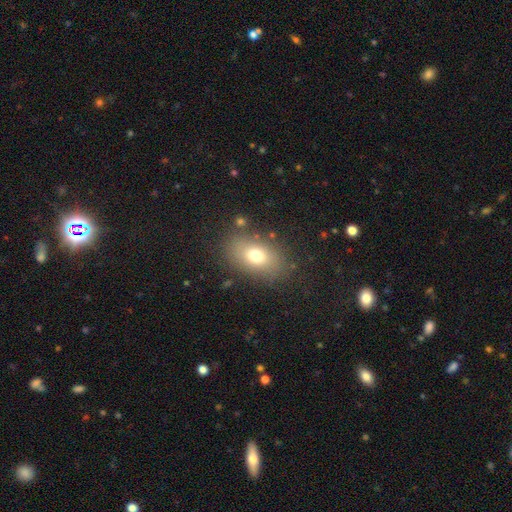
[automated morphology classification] smooth 74%, featured or disk 15%, star or artifact 11%. Down the decision tree: how rounded — in between (83%); merging — none (80%).